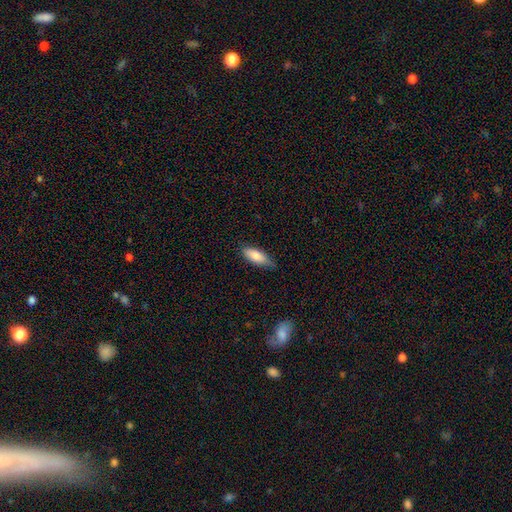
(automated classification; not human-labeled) Smooth or featured: smooth — 84% (featured or disk — 11%)
How rounded: in between — 75% (cigar-shaped — 23%)
Merging: none — 72% (minor disturbance — 24%)